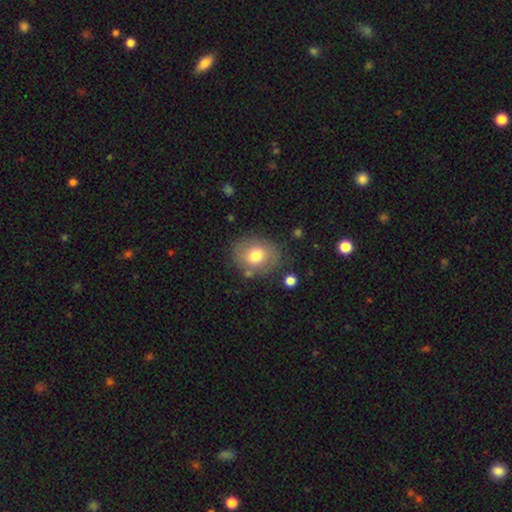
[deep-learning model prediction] The model was most divided on "how rounded": in between: 51%, round: 48%, cigar-shaped: 1%. More confident: merging — none (74%); smooth or featured — smooth (72%).